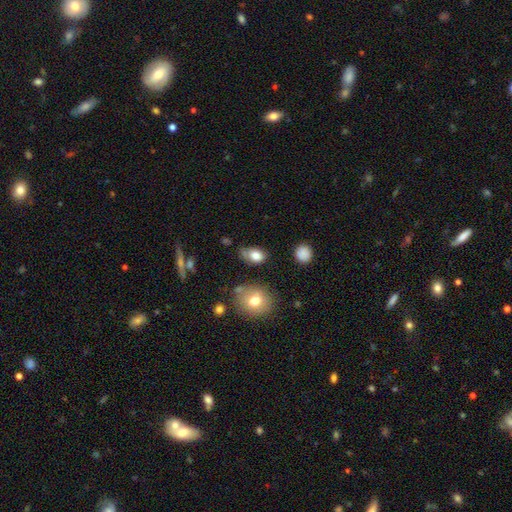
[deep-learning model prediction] Smooth or featured: smooth — 79% (featured or disk — 11%)
How rounded: in between — 79% (round — 19%)
Merging: none — 54% (minor disturbance — 31%)